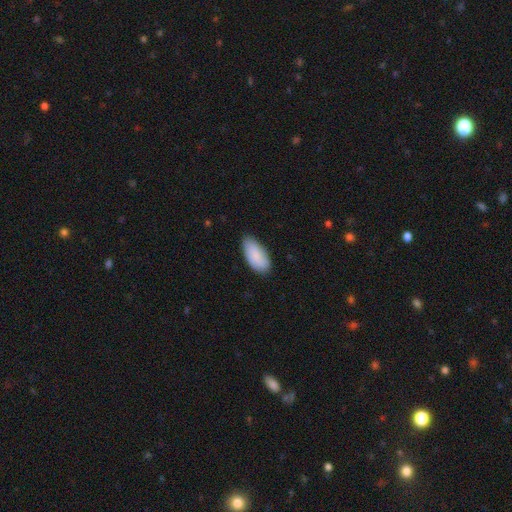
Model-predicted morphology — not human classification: Overall: smooth (84%). How rounded: in between (93%). Merging: none (77%).